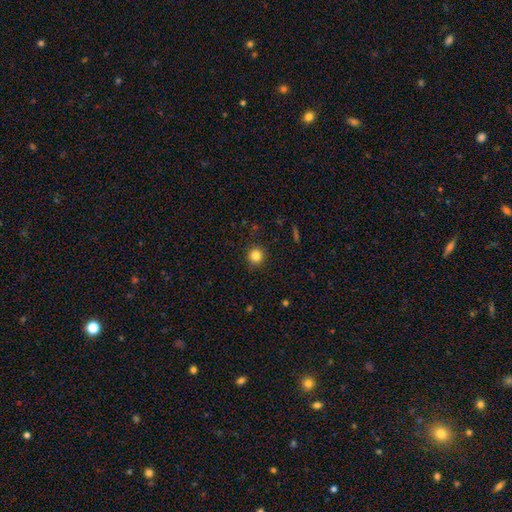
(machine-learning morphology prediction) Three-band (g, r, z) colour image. It shows a smooth galaxy with no disk features (83%) that is round (93%). Merging: none (91%).